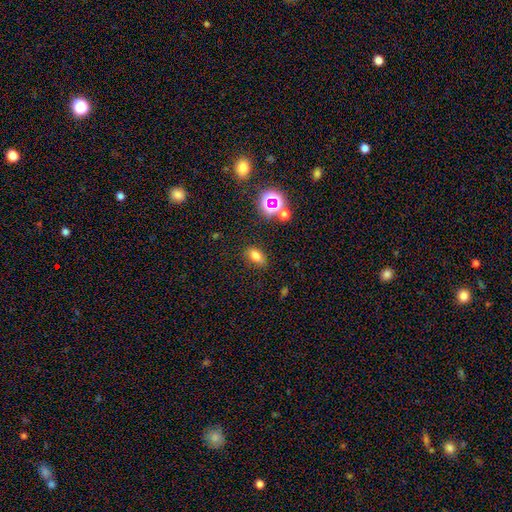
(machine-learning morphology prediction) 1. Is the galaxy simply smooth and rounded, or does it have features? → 73% smooth, 18% star or artifact, 9% featured or disk.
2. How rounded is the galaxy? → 82% in between, 13% round, 5% cigar-shaped.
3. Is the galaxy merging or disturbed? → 78% none, 15% minor disturbance, 4% major disturbance, 4% merger.